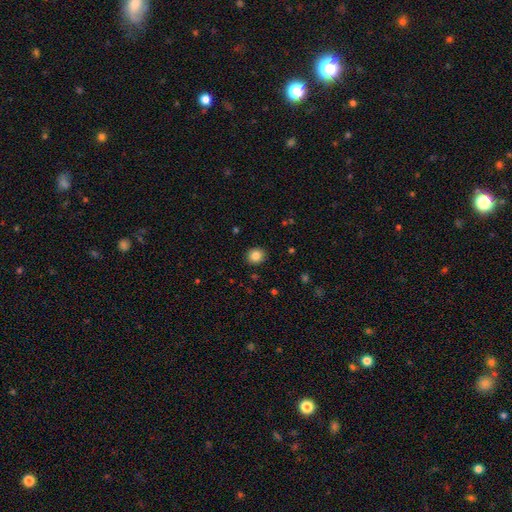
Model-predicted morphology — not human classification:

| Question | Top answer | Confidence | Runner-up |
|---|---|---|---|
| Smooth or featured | smooth | 84% | star or artifact (10%) |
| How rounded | round | 81% | in between (18%) |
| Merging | none | 91% | minor disturbance (7%) |